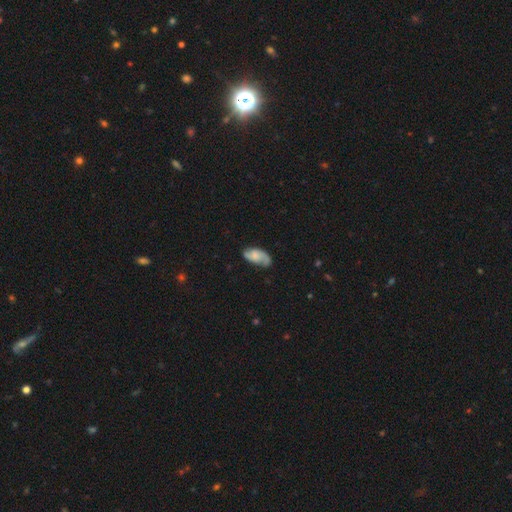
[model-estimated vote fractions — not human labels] smooth_or_featured: featured or disk (p=0.49) [alt: smooth p=0.44]
merging: none (p=0.60) [alt: minor disturbance p=0.28]